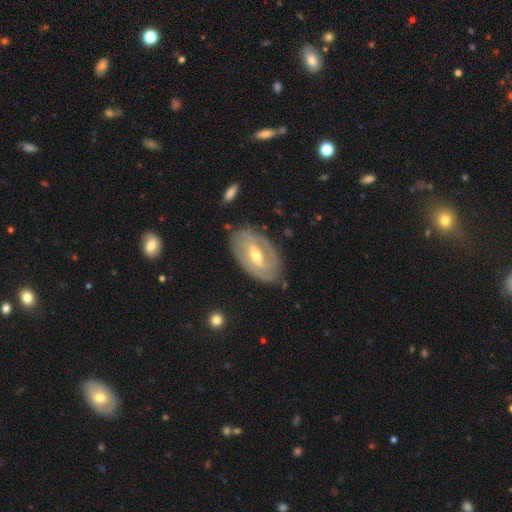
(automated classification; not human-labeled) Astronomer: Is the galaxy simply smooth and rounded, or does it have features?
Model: featured or disk — 77%.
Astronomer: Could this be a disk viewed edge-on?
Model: no — 93%.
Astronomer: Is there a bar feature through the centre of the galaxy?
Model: weak — 48% (runner-up: strong, 29%).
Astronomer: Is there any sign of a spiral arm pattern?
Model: yes — 80%.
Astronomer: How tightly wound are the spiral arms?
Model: tight — 63%.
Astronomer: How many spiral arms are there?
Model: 2 — 49% (runner-up: can't tell, 34%).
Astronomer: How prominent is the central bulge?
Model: moderate — 65%.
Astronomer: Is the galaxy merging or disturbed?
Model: none — 78%.